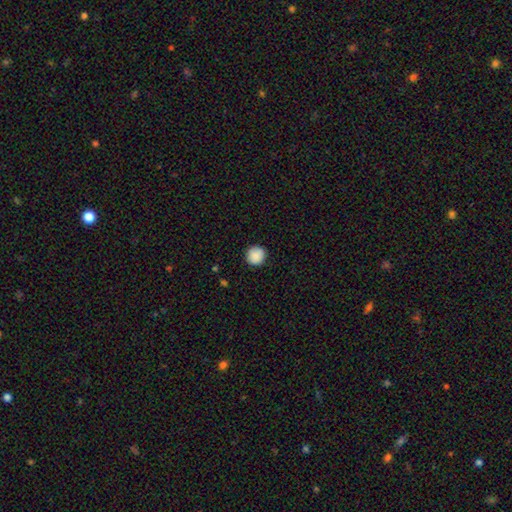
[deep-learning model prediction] Q: Smooth or featured?
A: smooth (89%); runner-up: star or artifact (8%)
Q: How rounded?
A: round (95%); runner-up: in between (4%)
Q: Merging?
A: none (90%); runner-up: minor disturbance (7%)